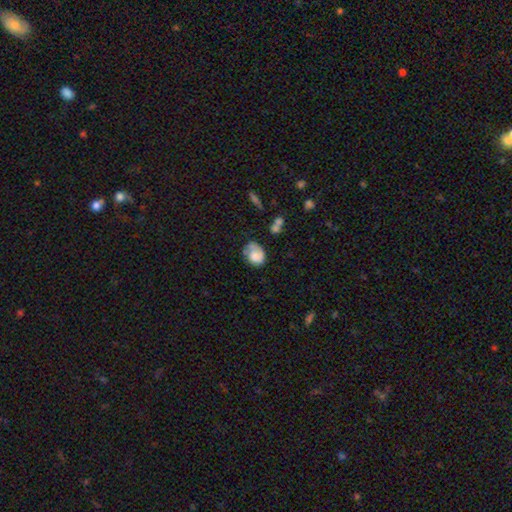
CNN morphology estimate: Overall: smooth (59%; featured or disk 34%). How rounded: in between (54%; round 45%). Merging: none (45%; minor disturbance 30%).